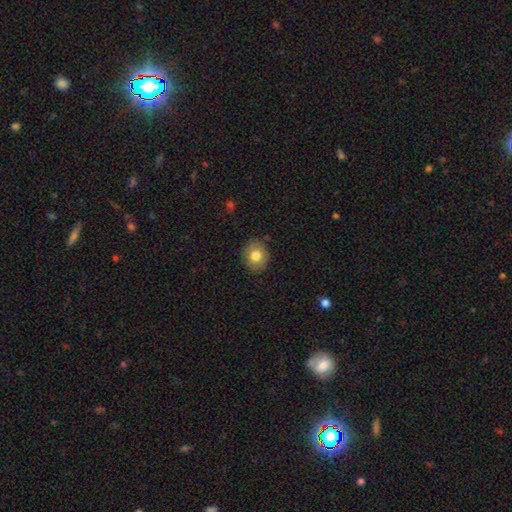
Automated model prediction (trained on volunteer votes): Smooth or featured: smooth — 80% (featured or disk — 11%)
How rounded: round — 70% (in between — 29%)
Merging: none — 87% (minor disturbance — 10%)